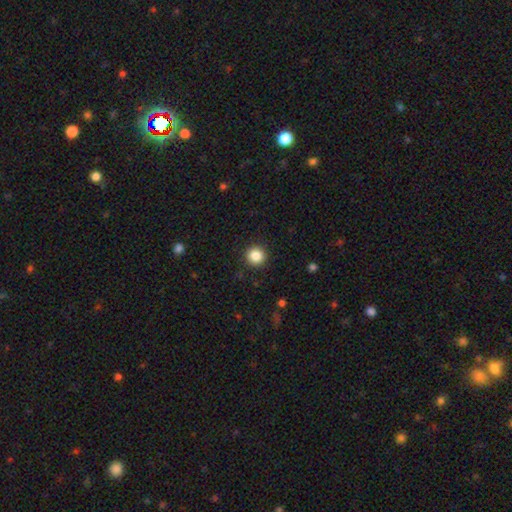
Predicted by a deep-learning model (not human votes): Morphology: type=smooth (86%); roundness=round (94%); merging=none (92%).